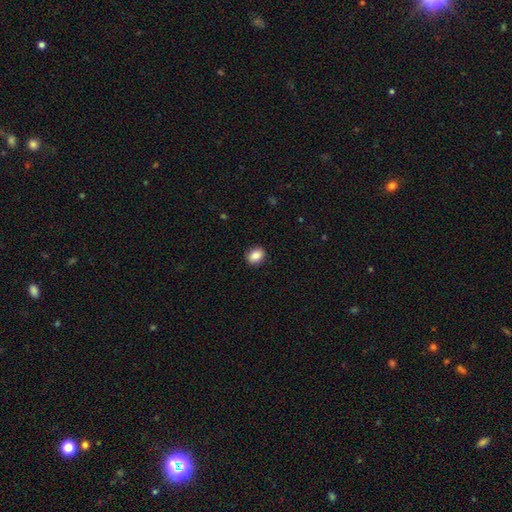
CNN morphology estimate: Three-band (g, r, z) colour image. It shows a smooth galaxy with no disk features (86%) that is in between round and cigar-shaped (51%). Merging: none (89%).